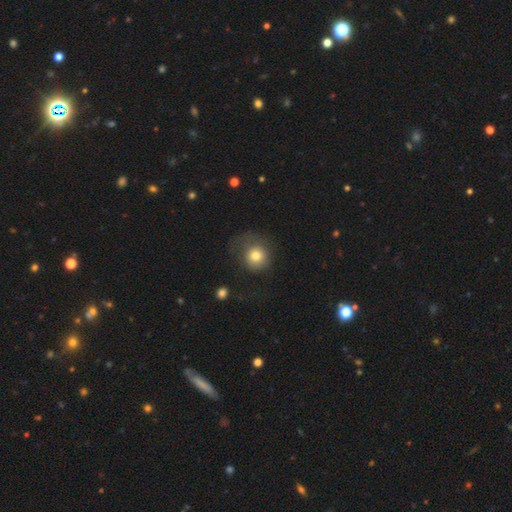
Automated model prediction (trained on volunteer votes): Smooth or featured?
  - smooth: 76% *
  - featured or disk: 14%
  - star or artifact: 10%
How rounded?
  - round: 87% *
  - in between: 12%
  - cigar-shaped: 1%
Merging?
  - none: 50% *
  - major disturbance: 26%
  - minor disturbance: 22%
  - merger: 2%